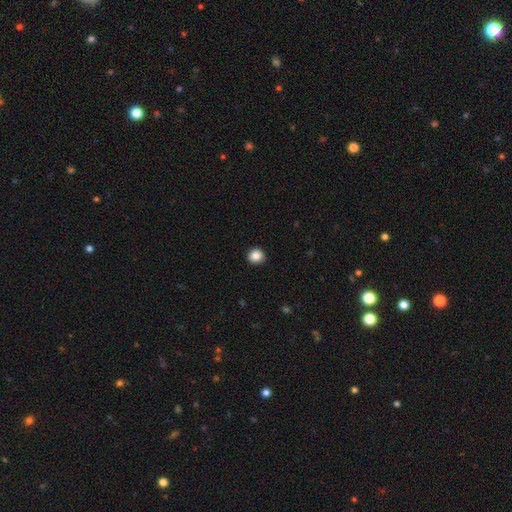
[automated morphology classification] This is clearly a smooth galaxy (87%). How rounded: clearly round (84%). Merging: clearly none (90%).